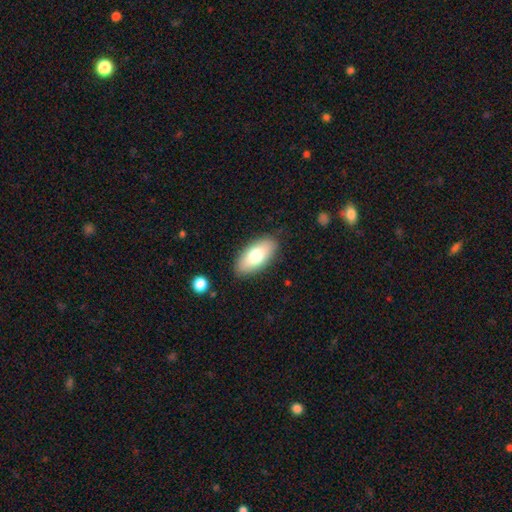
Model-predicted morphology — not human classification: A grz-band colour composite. It shows a smooth galaxy with no disk features (75%) that is in between round and cigar-shaped (91%). Merging: none (86%).